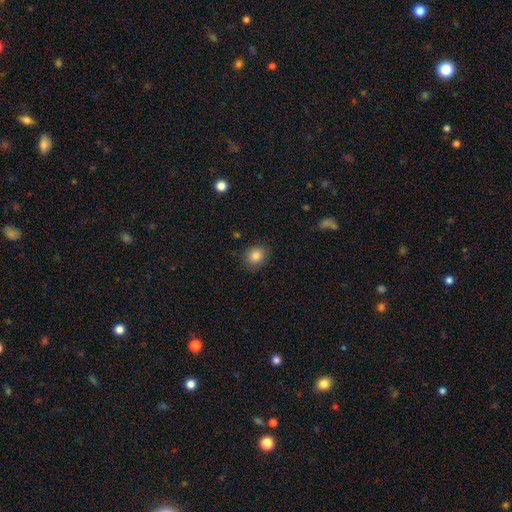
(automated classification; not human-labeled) smooth-or-featured: smooth: 84% | star or artifact: 10% | featured or disk: 6%
  how-rounded: round: 77% | in between: 22% | cigar-shaped: 1%
  merging: none: 86% | minor disturbance: 11% | major disturbance: 3% | merger: 1%